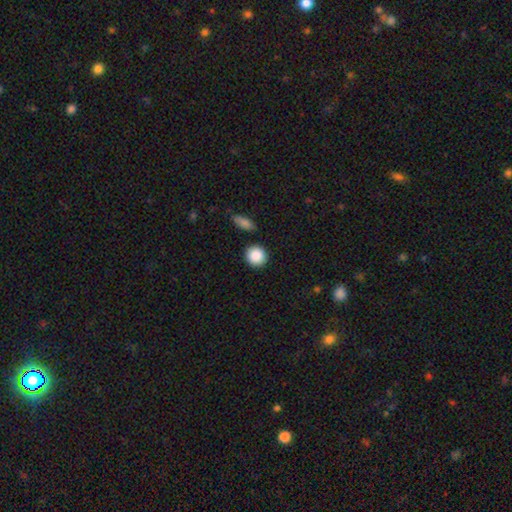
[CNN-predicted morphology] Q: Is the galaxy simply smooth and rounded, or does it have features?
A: smooth — 89%.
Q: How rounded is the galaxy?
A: round — 89%.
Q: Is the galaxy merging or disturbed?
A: none — 87%.